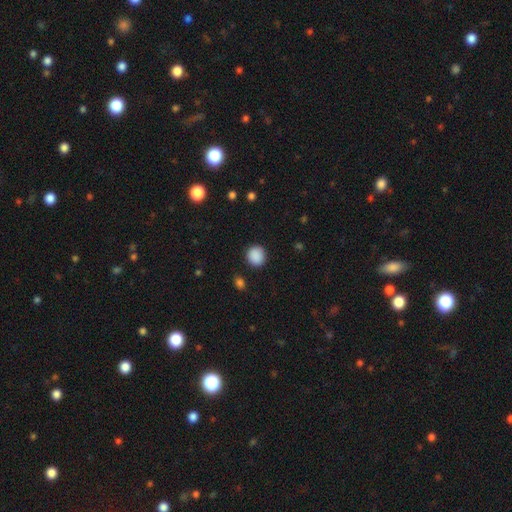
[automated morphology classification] This is clearly a smooth galaxy (89%). How rounded: clearly round (87%). Merging: clearly none (90%).